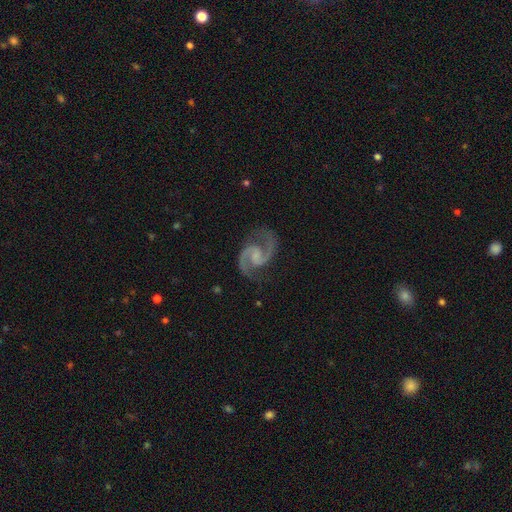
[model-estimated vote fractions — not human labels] Smooth or featured: featured or disk — 94% (star or artifact — 4%)
Edge-on disk: no — 98% (yes — 2%)
Bar: weak — 50% (no — 37%)
Spiral arms: yes — 99% (no — 1%)
Spiral winding: medium — 67% (loose — 18%)
Spiral arm count: 2 — 95% (can't tell — 1%)
Bulge size: none — 44% (small — 32%)
Merging: none — 81% (minor disturbance — 13%)